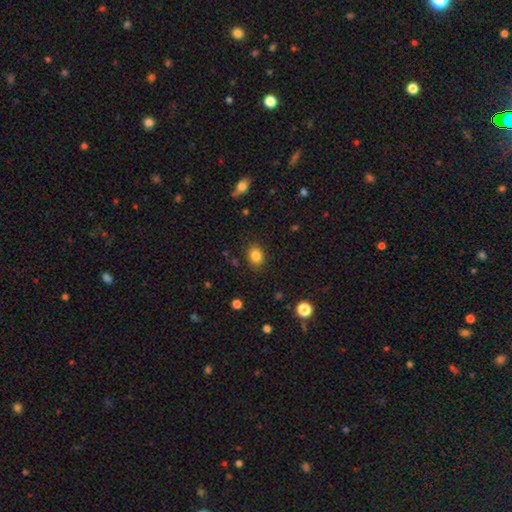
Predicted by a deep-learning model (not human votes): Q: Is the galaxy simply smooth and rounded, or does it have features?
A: smooth — 84%.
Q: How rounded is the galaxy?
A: in between — 54%.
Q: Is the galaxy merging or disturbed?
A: none — 85%.